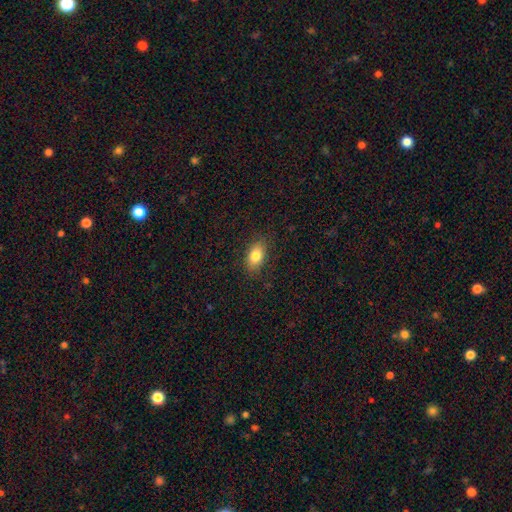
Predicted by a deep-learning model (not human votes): Smooth or featured?
  - smooth: 81% *
  - featured or disk: 10%
  - star or artifact: 9%
How rounded?
  - in between: 87% *
  - round: 9%
  - cigar-shaped: 3%
Merging?
  - none: 85% *
  - minor disturbance: 11%
  - major disturbance: 3%
  - merger: 1%